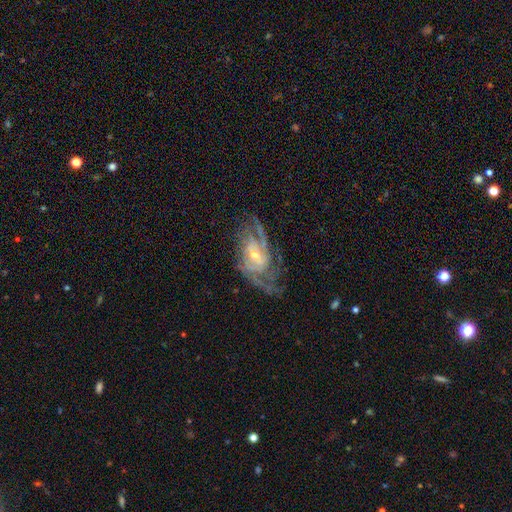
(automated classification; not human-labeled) The model was most divided on "spiral winding": medium: 43%, tight: 41%, loose: 15%. Remaining: edge-on disk — no (96%); spiral arms — yes (95%); smooth or featured — featured or disk (87%); merging — none (63%); bulge size — small (61%); bar — no (47%); spiral arm count — 2 (31%).